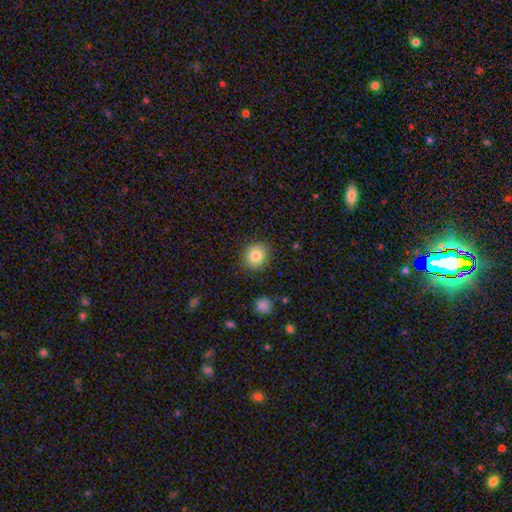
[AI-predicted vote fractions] Smooth or featured?
  - smooth: 83% *
  - star or artifact: 10%
  - featured or disk: 8%
How rounded?
  - round: 82% *
  - in between: 17%
  - cigar-shaped: 1%
Merging?
  - none: 87% *
  - minor disturbance: 9%
  - major disturbance: 3%
  - merger: 1%